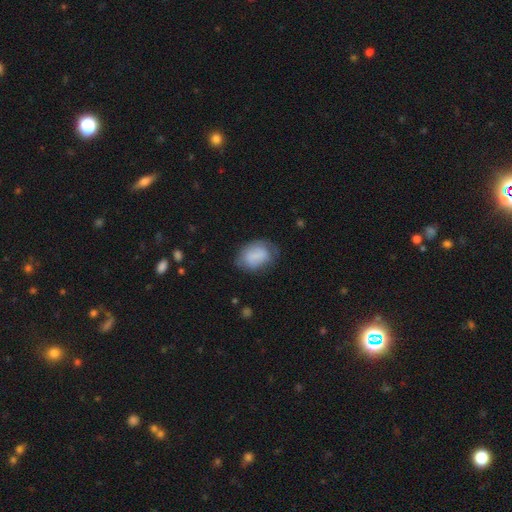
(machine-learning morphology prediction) Smooth or featured? smooth (74%)
How rounded? in between (81%)
Merging? none (57%)